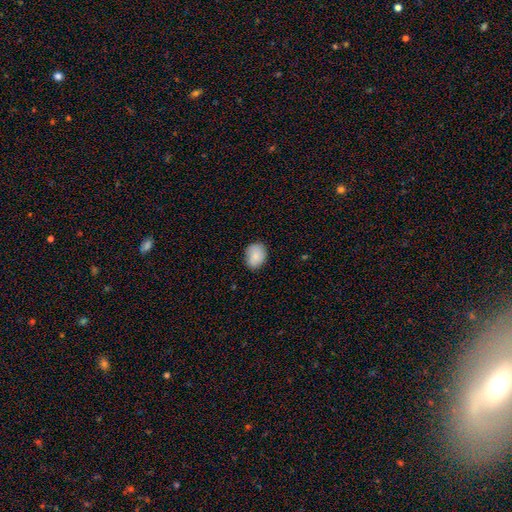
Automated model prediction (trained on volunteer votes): Smooth or featured: smooth — 86% (star or artifact — 8%)
How rounded: in between — 53% (round — 46%)
Merging: none — 80% (minor disturbance — 16%)